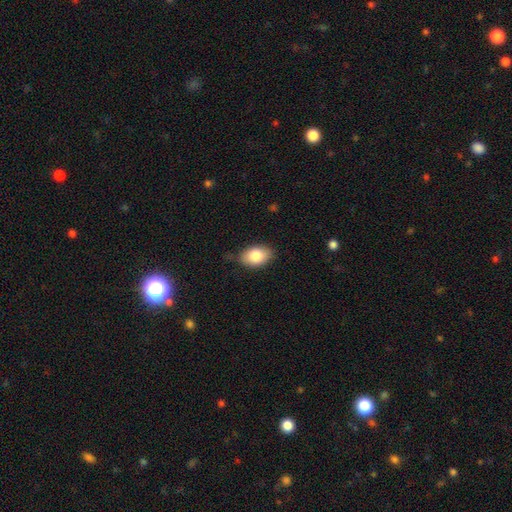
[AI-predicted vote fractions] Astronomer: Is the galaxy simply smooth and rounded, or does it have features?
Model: smooth — 82%.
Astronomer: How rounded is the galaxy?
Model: in between — 87%.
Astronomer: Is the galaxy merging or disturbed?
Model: none — 77%.